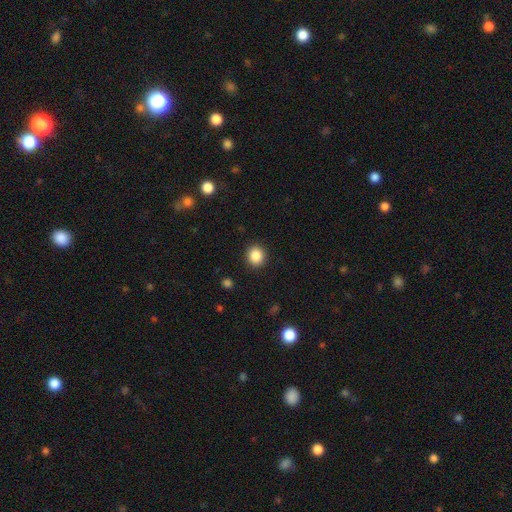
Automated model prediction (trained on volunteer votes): smooth_or_featured: smooth (p=0.87) [alt: star or artifact p=0.09]
how_rounded: round (p=0.80) [alt: in between p=0.19]
merging: none (p=0.91) [alt: minor disturbance p=0.06]